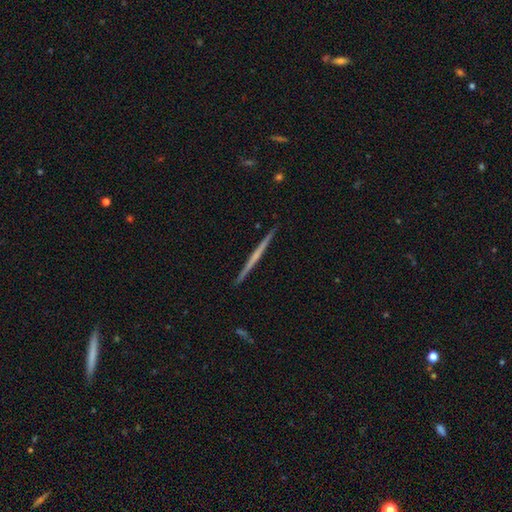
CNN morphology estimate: A featured or disk galaxy (64%) viewed edge-on (98%) with no central bulge (83%). Merging: none (93%).